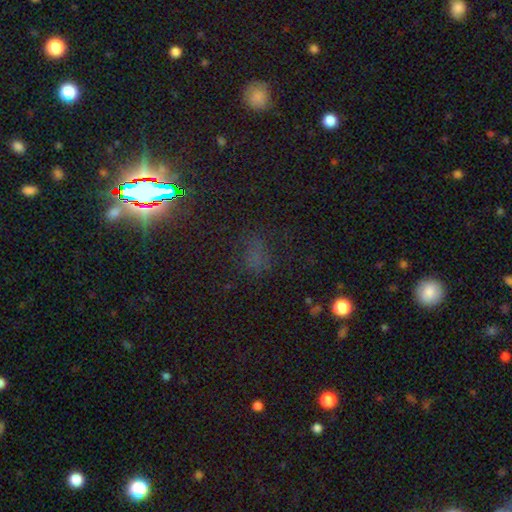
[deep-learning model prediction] The model was most divided on "smooth or featured": star or artifact: 59%, smooth: 31%, featured or disk: 10%.